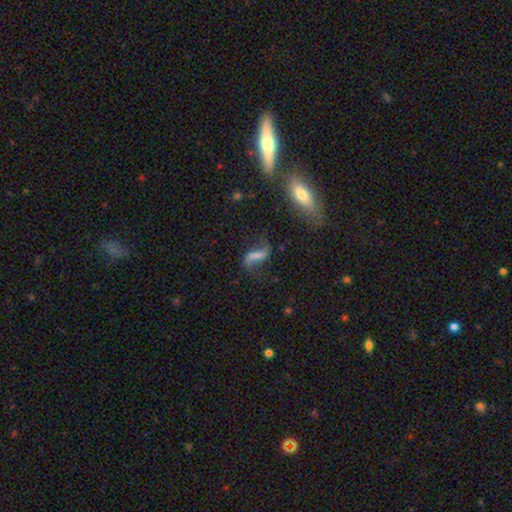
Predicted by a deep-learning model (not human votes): Smooth or featured: featured or disk — 65% (smooth — 23%)
Edge-on disk: no — 91% (yes — 9%)
Bar: strong — 37% (weak — 36%)
Spiral arms: yes — 87% (no — 13%)
Spiral winding: loose — 84% (medium — 12%)
Spiral arm count: 2 — 91% (1 — 3%)
Bulge size: none — 53% (small — 26%)
Merging: none — 63% (minor disturbance — 18%)